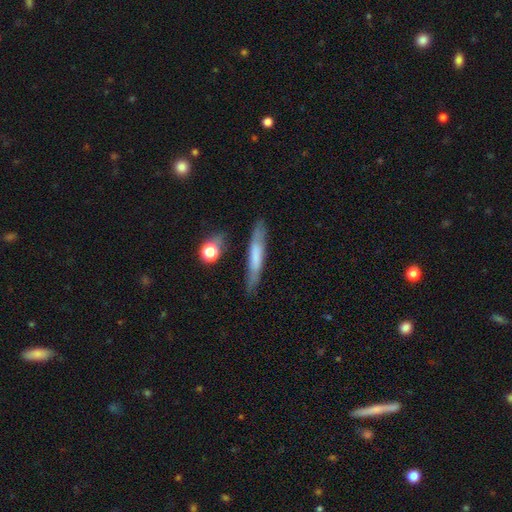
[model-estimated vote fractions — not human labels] Q: Smooth or featured?
A: smooth (59%); runner-up: featured or disk (34%)
Q: How rounded?
A: cigar-shaped (90%); runner-up: in between (9%)
Q: Merging?
A: none (76%); runner-up: minor disturbance (16%)